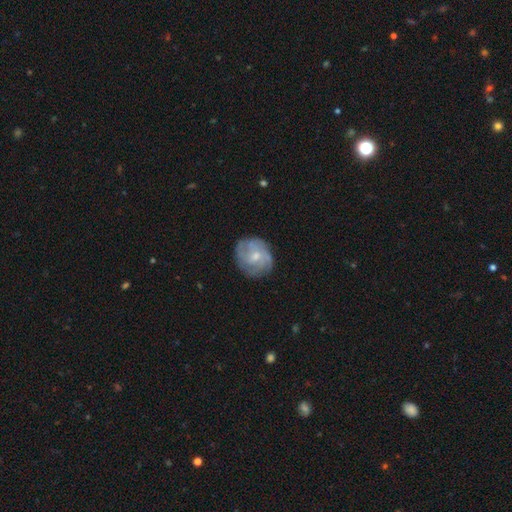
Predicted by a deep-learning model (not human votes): Smooth or featured? Predicted: featured or disk (p=0.61). Edge-on disk? Predicted: no (p=0.97). Bar? Predicted: no (p=0.64). Spiral arms? Predicted: yes (p=0.81). Bulge size? Predicted: small (p=0.48). Merging? Predicted: none (p=0.75).